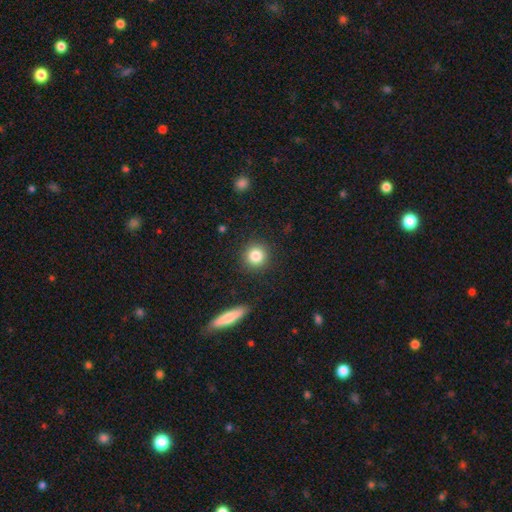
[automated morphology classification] This is clearly a smooth galaxy (84%). How rounded: clearly round (92%). Merging: clearly none (90%).